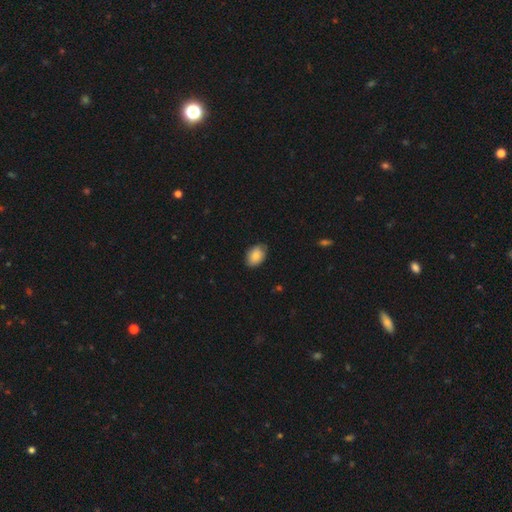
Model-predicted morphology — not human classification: type=smooth (86%); roundness=in between (83%); merging=none (79%).